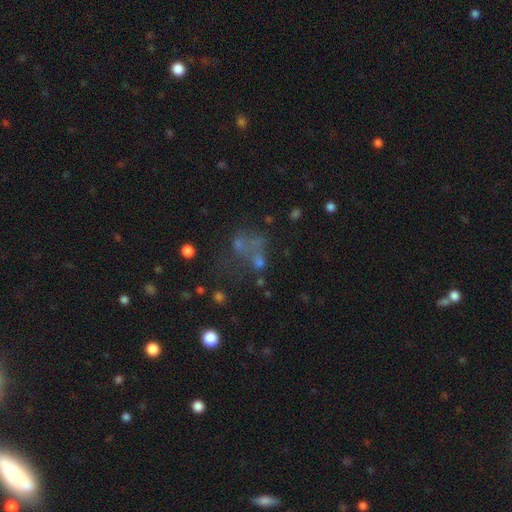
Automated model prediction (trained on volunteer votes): The model was most divided on "smooth or featured": smooth: 38%, star or artifact: 33%, featured or disk: 28%. Remaining: merging — none (35%).